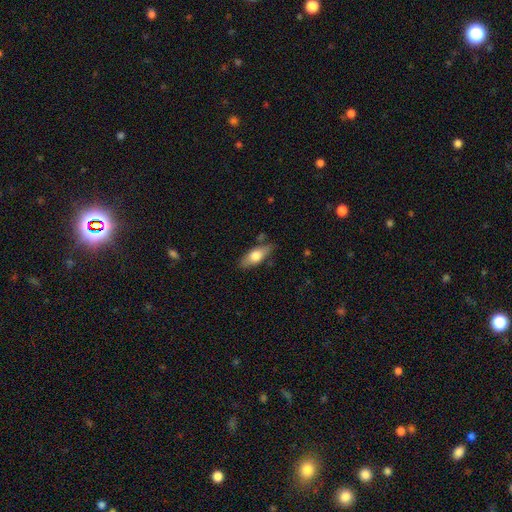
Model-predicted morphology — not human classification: Q: Smooth or featured?
A: smooth (68%); runner-up: featured or disk (26%)
Q: How rounded?
A: in between (76%); runner-up: cigar-shaped (21%)
Q: Merging?
A: none (77%); runner-up: minor disturbance (16%)